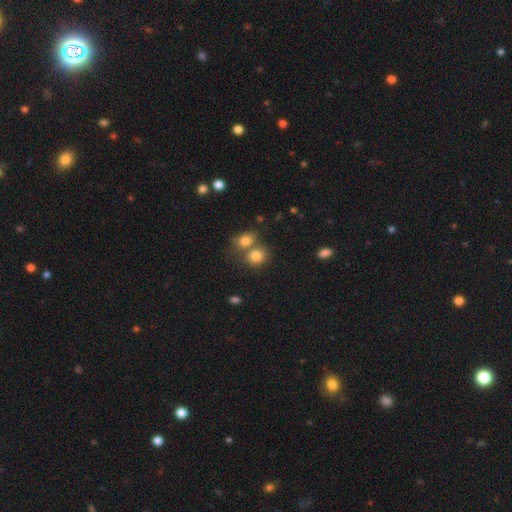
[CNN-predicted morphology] Smooth or featured? Predicted: smooth (p=0.80). How rounded? Predicted: round (p=0.68). Merging? Predicted: none (p=0.44).